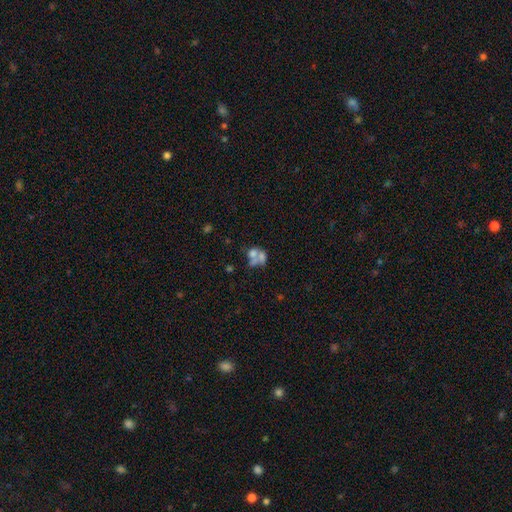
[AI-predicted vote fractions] Smooth or featured? Predicted: smooth (p=0.51). How rounded? Predicted: in between (p=0.56). Merging? Predicted: merger (p=0.62).